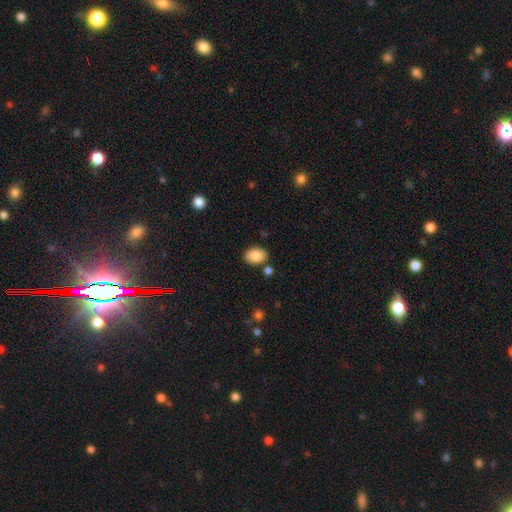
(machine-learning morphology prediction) This is clearly a smooth galaxy (87%). How rounded: clearly in between (81%). Merging: clearly none (82%).